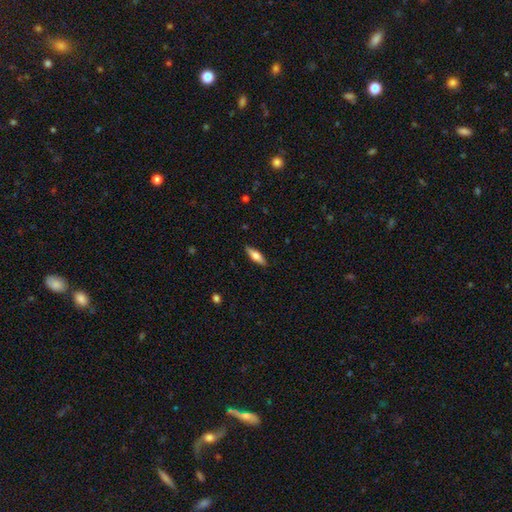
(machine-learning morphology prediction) smooth 64%, featured or disk 29%, star or artifact 6%. Down the decision tree: how rounded — cigar-shaped (51%); merging — none (88%).